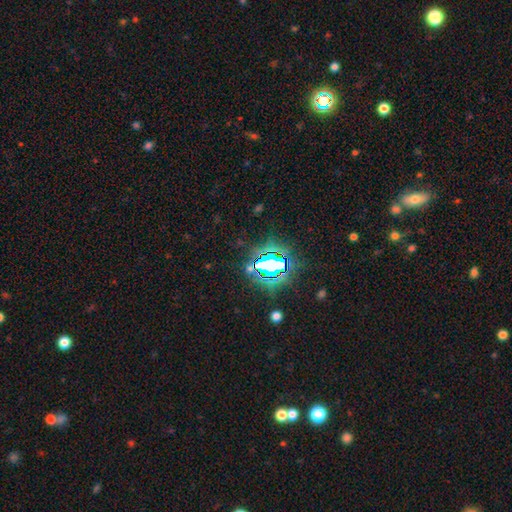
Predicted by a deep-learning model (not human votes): smooth_or_featured: star or artifact (p=0.79) [alt: smooth p=0.13]